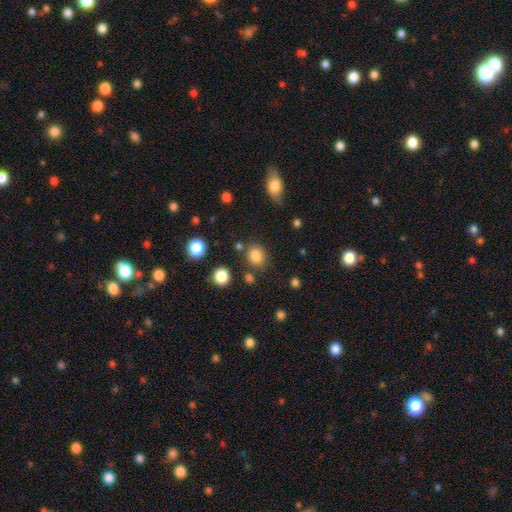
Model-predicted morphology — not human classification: Smooth or featured?
  - smooth: 83% *
  - star or artifact: 12%
  - featured or disk: 5%
How rounded?
  - round: 66% *
  - in between: 33%
  - cigar-shaped: 1%
Merging?
  - none: 77% *
  - minor disturbance: 12%
  - merger: 7%
  - major disturbance: 4%